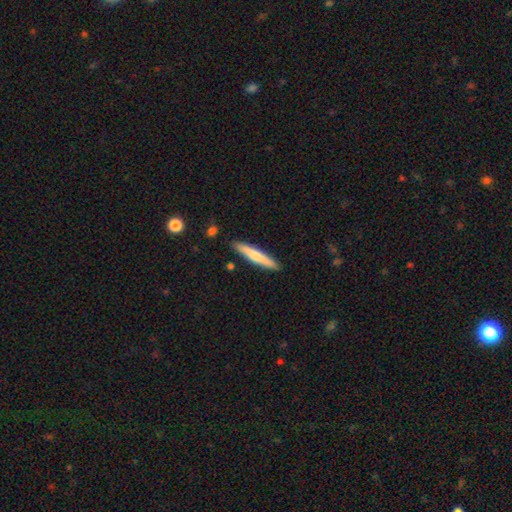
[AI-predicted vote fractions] This is likely a smooth galaxy (63%). How rounded: clearly cigar-shaped (92%). Merging: clearly none (88%).